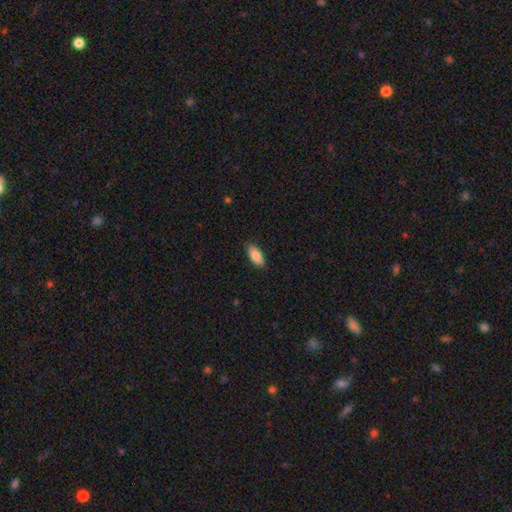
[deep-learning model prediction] This is clearly a smooth galaxy (86%). How rounded: clearly in between (83%). Merging: clearly none (87%).